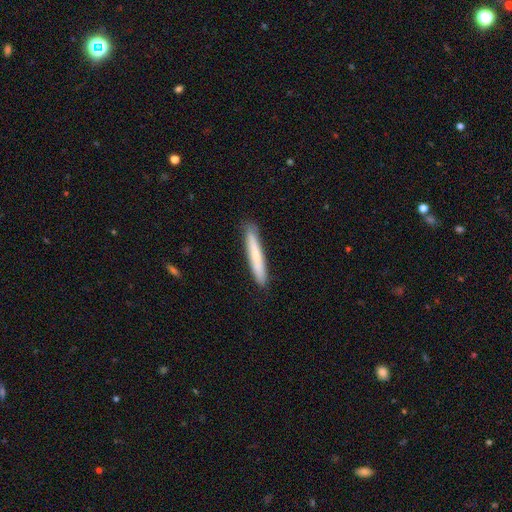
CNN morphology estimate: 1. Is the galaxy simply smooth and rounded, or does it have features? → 72% smooth, 22% featured or disk, 5% star or artifact.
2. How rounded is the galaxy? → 96% cigar-shaped, 3% in between, 1% round.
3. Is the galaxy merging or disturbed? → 89% none, 9% minor disturbance, 2% major disturbance, 1% merger.